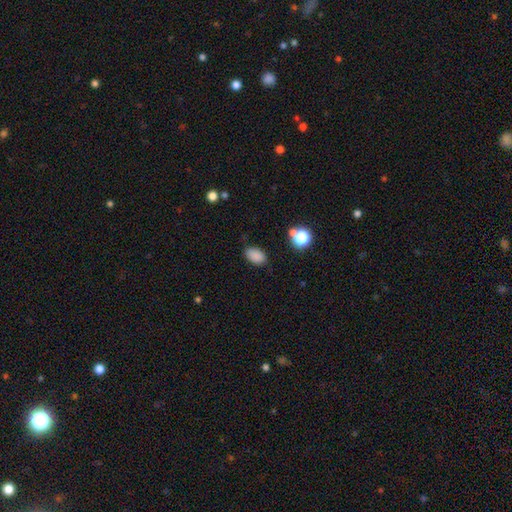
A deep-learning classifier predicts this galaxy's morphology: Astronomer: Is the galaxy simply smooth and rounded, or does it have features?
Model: smooth — 84%.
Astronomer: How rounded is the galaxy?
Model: in between — 89%.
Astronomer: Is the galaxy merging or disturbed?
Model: none — 81%.